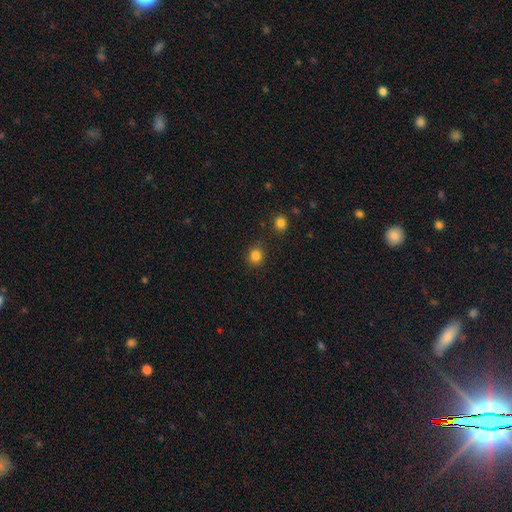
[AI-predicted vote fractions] This appears to be a smooth galaxy with no disk features (84%) that is round (88%). Merging: none (86%).